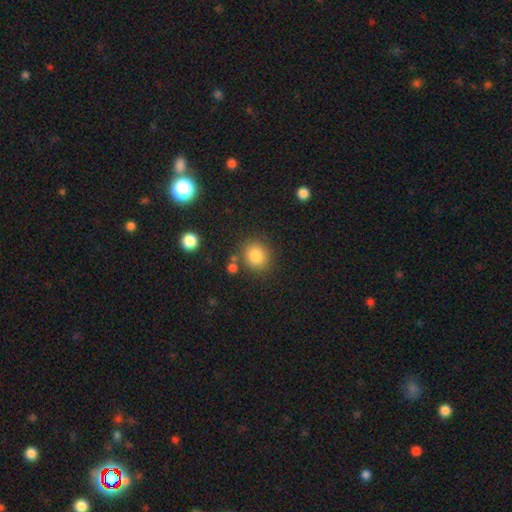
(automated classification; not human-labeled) Morphology: type=smooth (84%); roundness=round (79%); merging=none (79%).